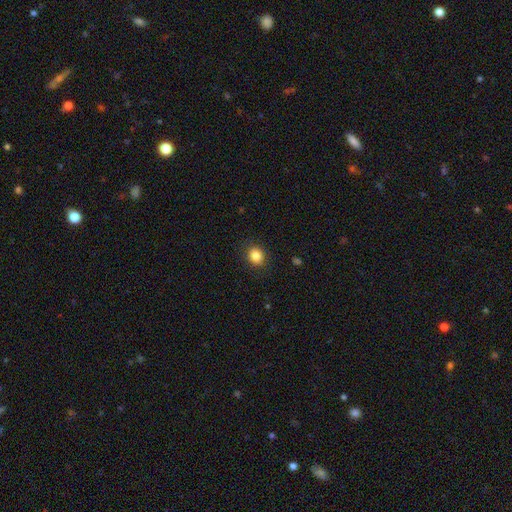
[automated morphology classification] smooth-or-featured: smooth: 84% | star or artifact: 11% | featured or disk: 5%
  how-rounded: round: 71% | in between: 28% | cigar-shaped: 1%
  merging: none: 89% | minor disturbance: 8% | major disturbance: 2% | merger: 1%